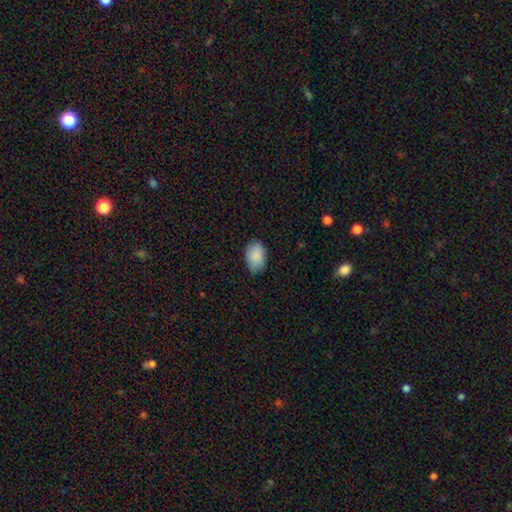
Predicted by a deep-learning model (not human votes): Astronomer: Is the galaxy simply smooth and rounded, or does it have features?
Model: smooth — 89%.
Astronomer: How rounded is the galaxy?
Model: in between — 88%.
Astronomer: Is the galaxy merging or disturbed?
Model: none — 76%.